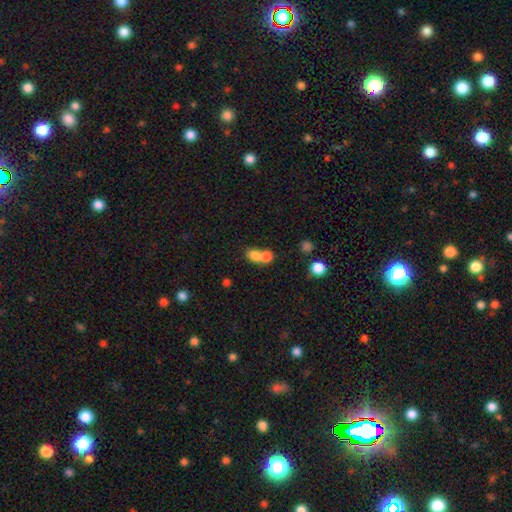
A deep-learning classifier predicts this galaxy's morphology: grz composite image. It shows a smooth galaxy with no disk features (77%) that is round (53%). Merging: merger (66%).